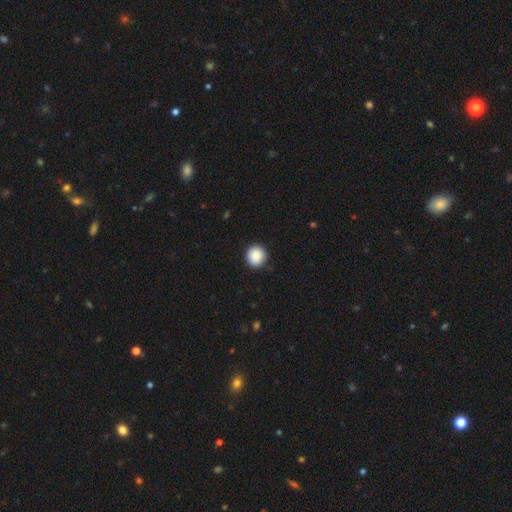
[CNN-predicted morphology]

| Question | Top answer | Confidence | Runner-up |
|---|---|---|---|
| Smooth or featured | smooth | 89% | star or artifact (8%) |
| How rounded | round | 94% | in between (6%) |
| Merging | none | 92% | minor disturbance (6%) |